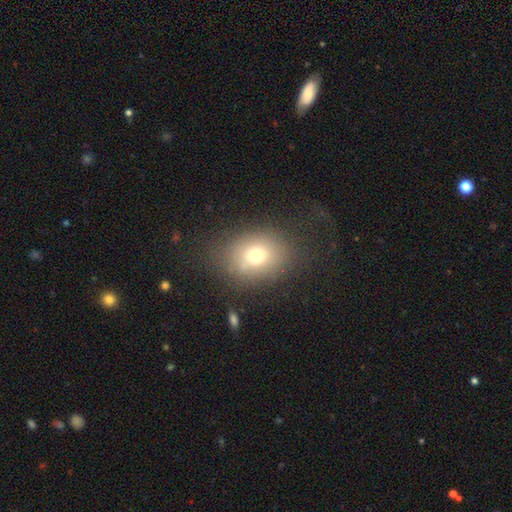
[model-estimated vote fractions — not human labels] Smooth or featured? smooth (70%)
How rounded? in between (50%)
Merging? none (73%)